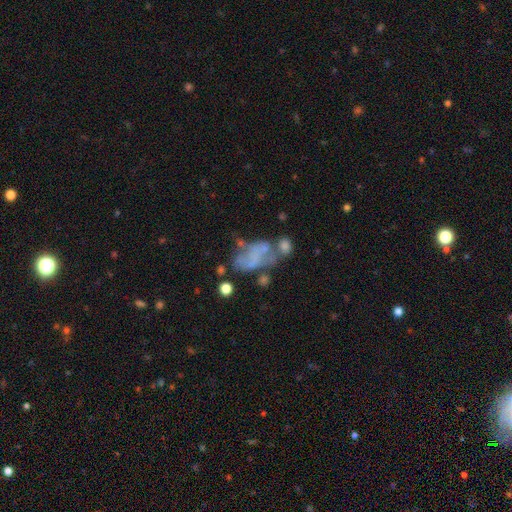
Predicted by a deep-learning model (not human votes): Smooth or featured? Predicted: featured or disk (p=0.53). Edge-on disk? Predicted: no (p=0.97). Bar? Predicted: no (p=0.85). Spiral arms? Predicted: no (p=0.82). Bulge size? Predicted: none (p=0.78). Merging? Predicted: major disturbance (p=0.29).